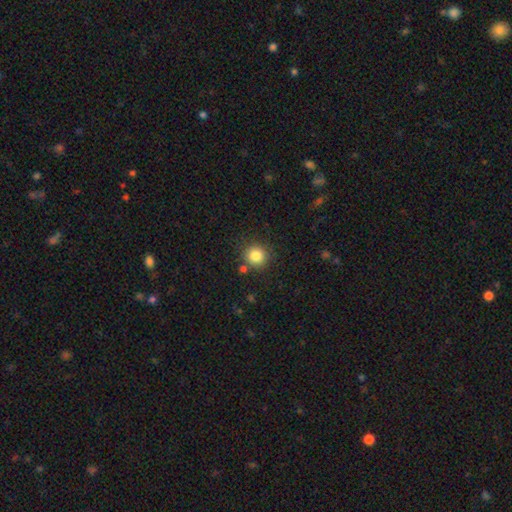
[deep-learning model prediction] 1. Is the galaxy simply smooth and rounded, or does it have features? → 84% smooth, 11% star or artifact, 5% featured or disk.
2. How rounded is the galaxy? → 92% round, 7% in between, 1% cigar-shaped.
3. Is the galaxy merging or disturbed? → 84% none, 8% minor disturbance, 5% merger, 3% major disturbance.